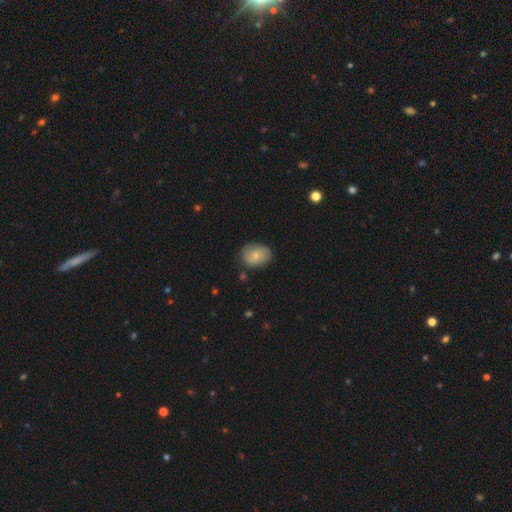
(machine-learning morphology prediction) smooth-or-featured: smooth: 69% | featured or disk: 24% | star or artifact: 7%
  how-rounded: in between: 62% | round: 37% | cigar-shaped: 1%
  merging: none: 74% | minor disturbance: 20% | major disturbance: 4% | merger: 2%